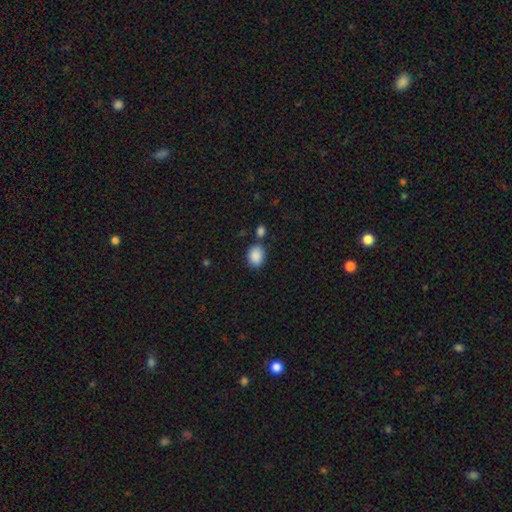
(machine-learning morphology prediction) smooth 88%, star or artifact 8%, featured or disk 4%. Down the decision tree: how rounded — in between (64%); merging — none (70%).